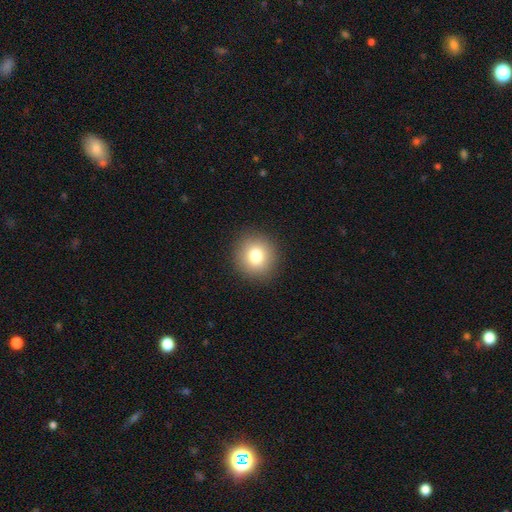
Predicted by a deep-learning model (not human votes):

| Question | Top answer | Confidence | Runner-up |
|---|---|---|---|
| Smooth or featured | smooth | 79% | star or artifact (11%) |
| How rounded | round | 90% | in between (9%) |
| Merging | none | 91% | minor disturbance (6%) |